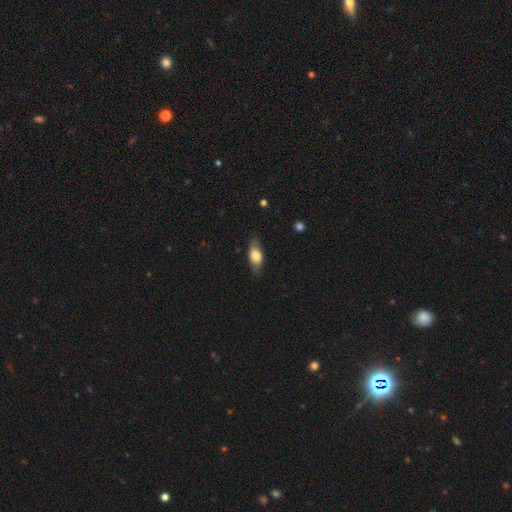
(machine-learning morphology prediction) Overall: smooth (74%). How rounded: in between (84%). Merging: none (80%).